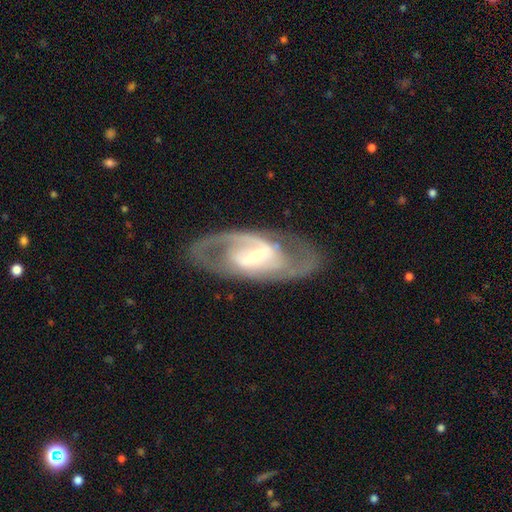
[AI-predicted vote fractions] Smooth or featured? featured or disk (84%)
Edge-on disk? no (93%)
Bar? strong (52%)
Spiral arms? yes (88%)
Spiral winding? medium (51%)
Spiral arm count? 2 (83%)
Bulge size? small (46%)
Merging? none (75%)